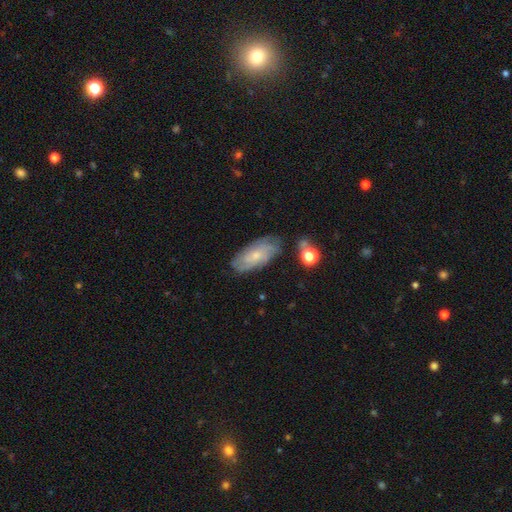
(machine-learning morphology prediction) Q: Smooth or featured?
A: featured or disk (60%); runner-up: smooth (33%)
Q: Edge-on disk?
A: no (91%); runner-up: yes (9%)
Q: Bar?
A: no (75%); runner-up: weak (22%)
Q: Spiral arms?
A: yes (86%); runner-up: no (14%)
Q: Bulge size?
A: small (70%); runner-up: moderate (24%)
Q: Merging?
A: none (73%); runner-up: minor disturbance (19%)